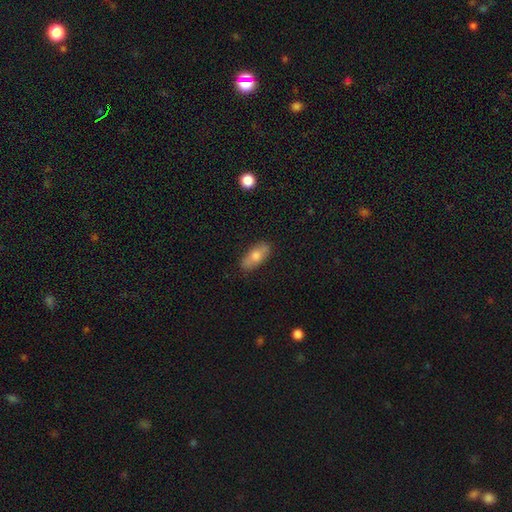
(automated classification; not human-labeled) smooth-or-featured: smooth: 65% | featured or disk: 27% | star or artifact: 8%
  how-rounded: in between: 78% | cigar-shaped: 17% | round: 4%
  merging: none: 86% | minor disturbance: 11% | major disturbance: 2% | merger: 1%